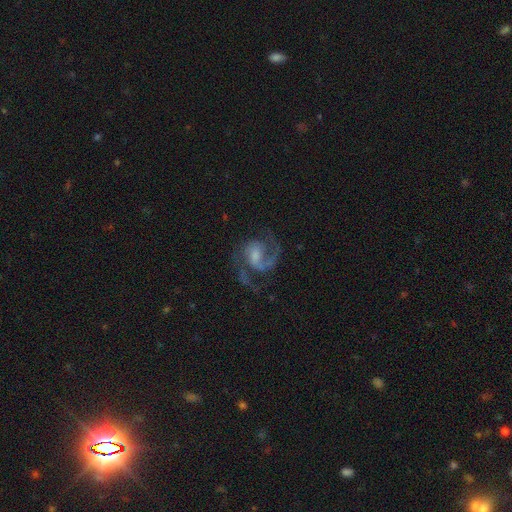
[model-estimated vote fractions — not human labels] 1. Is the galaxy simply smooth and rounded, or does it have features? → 87% featured or disk, 7% smooth, 6% star or artifact.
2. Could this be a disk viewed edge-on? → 98% no, 2% yes.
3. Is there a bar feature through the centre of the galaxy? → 48% weak, 40% no, 12% strong.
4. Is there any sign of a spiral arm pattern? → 97% yes, 3% no.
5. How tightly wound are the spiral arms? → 57% medium, 22% loose, 20% tight.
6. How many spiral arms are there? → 74% 2, 11% 1, 6% 3, 5% can't tell, 2% 4, 2% more than 4.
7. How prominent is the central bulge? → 35% small, 33% moderate, 19% none, 10% large, 2% dominant.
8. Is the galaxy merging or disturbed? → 63% none, 19% major disturbance, 16% minor disturbance, 2% merger.